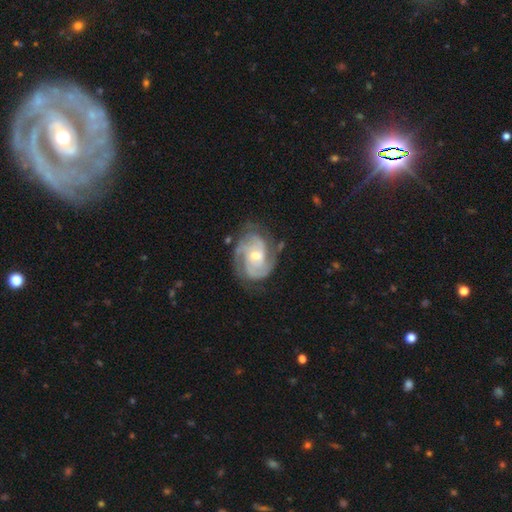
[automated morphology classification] smooth_or_featured: featured or disk (p=0.90) [alt: smooth p=0.06]
disk_edge_on: no (p=0.98) [alt: yes p=0.02]
bar: no (p=0.51) [alt: weak p=0.40]
has_spiral_arms: yes (p=0.97) [alt: no p=0.03]
spiral_winding: tight (p=0.57) [alt: medium p=0.36]
spiral_arm_count: 3 (p=0.35) [alt: 2 p=0.34]
bulge_size: moderate (p=0.53) [alt: small p=0.42]
merging: none (p=0.70) [alt: minor disturbance p=0.20]